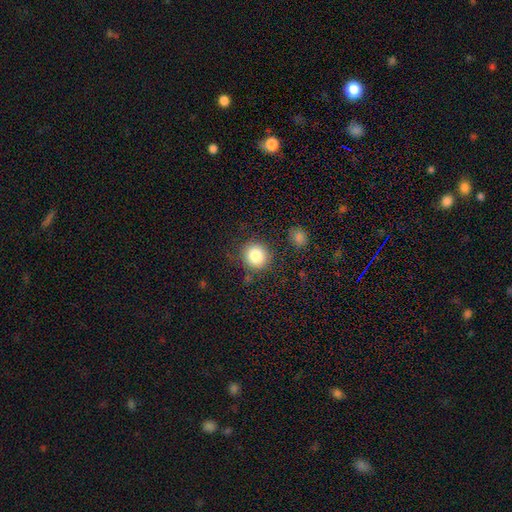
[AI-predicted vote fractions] Q: Smooth or featured?
A: smooth (84%); runner-up: star or artifact (10%)
Q: How rounded?
A: round (89%); runner-up: in between (10%)
Q: Merging?
A: none (82%); runner-up: minor disturbance (11%)